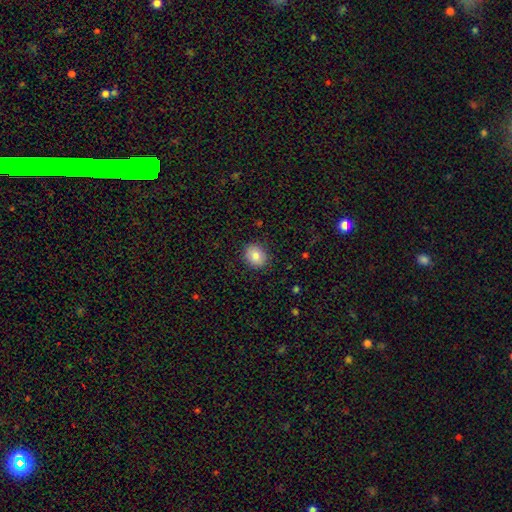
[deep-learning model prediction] A smooth galaxy with no disk features (84%) that is round (61%). Merging: none (88%).